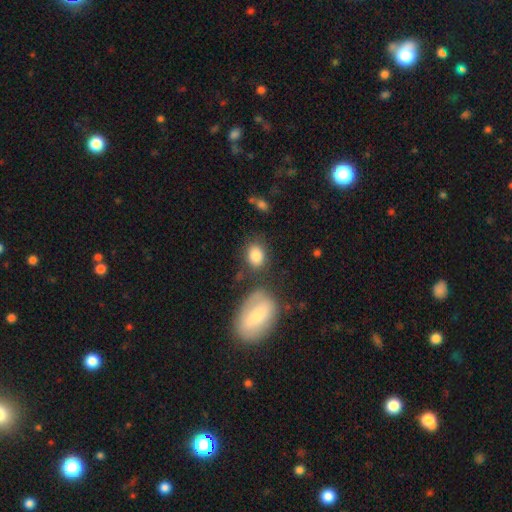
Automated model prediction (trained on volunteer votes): Smooth or featured?
  - smooth: 84% *
  - featured or disk: 8%
  - star or artifact: 8%
How rounded?
  - in between: 61% *
  - round: 38%
  - cigar-shaped: 2%
Merging?
  - none: 66% *
  - minor disturbance: 16%
  - merger: 12%
  - major disturbance: 6%